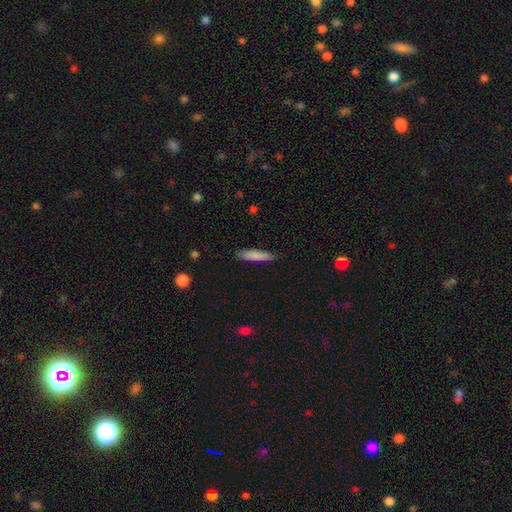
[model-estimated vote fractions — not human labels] A smooth galaxy with no disk features (83%) that is cigar-shaped (78%). Merging: none (86%).